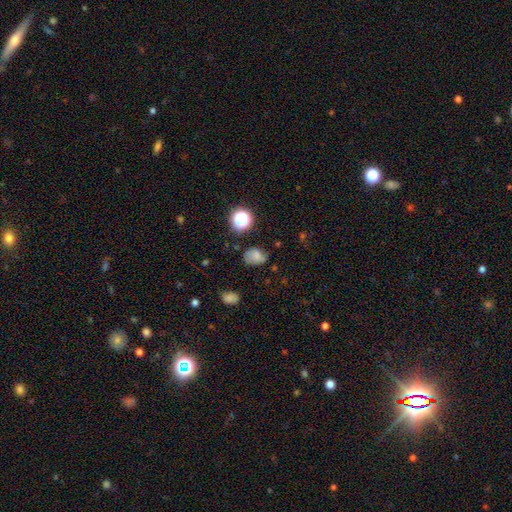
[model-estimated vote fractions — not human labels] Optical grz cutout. It shows a smooth galaxy with no disk features (69%) that is in between round and cigar-shaped (62%). Merging: none (55%).